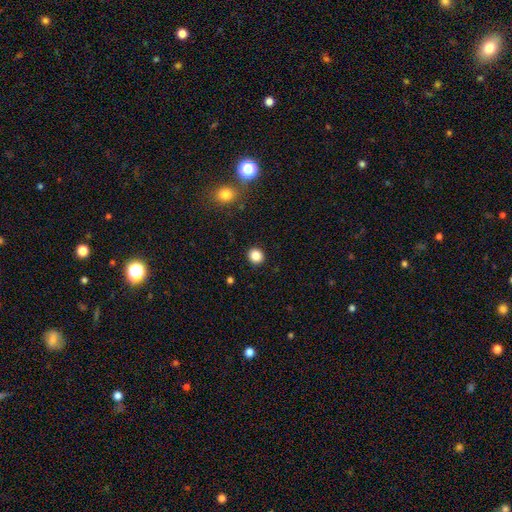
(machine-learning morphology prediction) Smooth or featured? Predicted: smooth (p=0.85). How rounded? Predicted: round (p=0.90). Merging? Predicted: none (p=0.93).